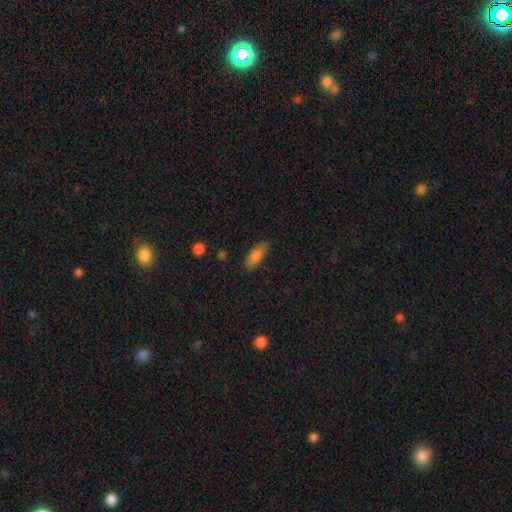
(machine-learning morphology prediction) smooth 77%, featured or disk 16%, star or artifact 7%. Down the decision tree: how rounded — in between (69%); merging — none (77%).